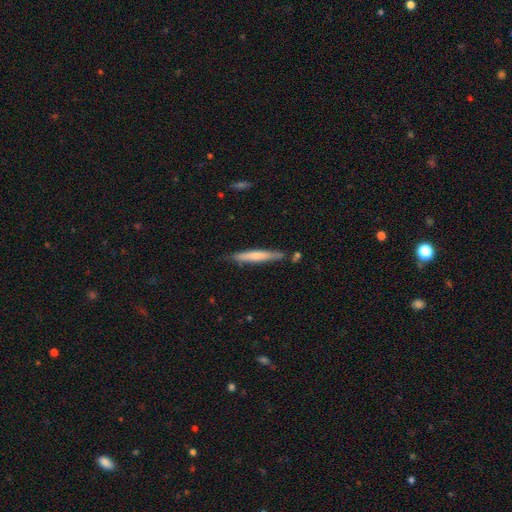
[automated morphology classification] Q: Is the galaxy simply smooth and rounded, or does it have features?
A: smooth — 60%.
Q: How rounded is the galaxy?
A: cigar-shaped — 95%.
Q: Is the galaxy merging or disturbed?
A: none — 79%.